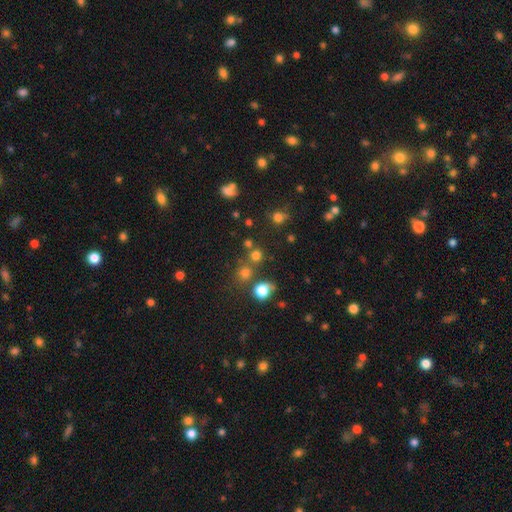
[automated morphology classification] Overall: smooth (70%). How rounded: round (88%). Merging: none (69%).